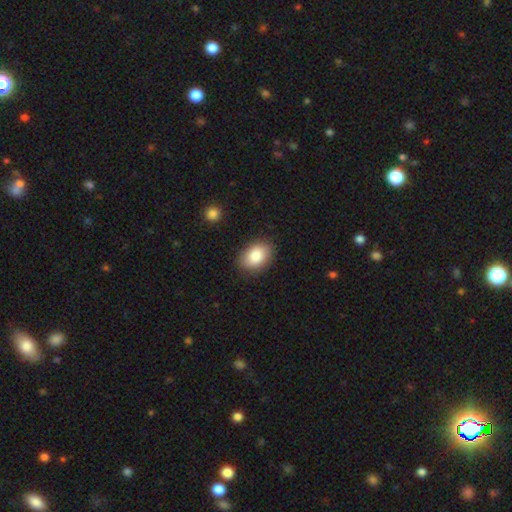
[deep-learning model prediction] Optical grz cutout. It shows a smooth galaxy with no disk features (86%) that is in between round and cigar-shaped (81%). Merging: none (86%).